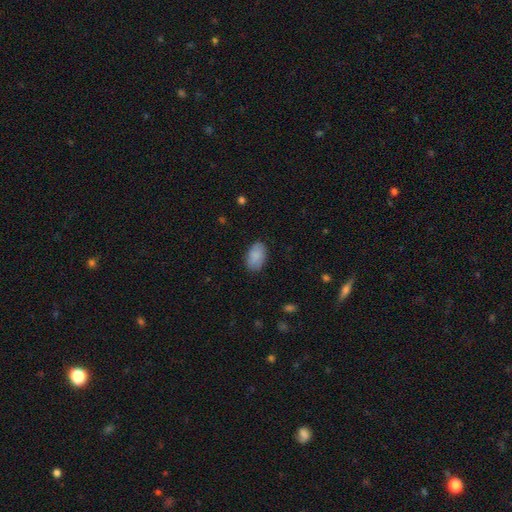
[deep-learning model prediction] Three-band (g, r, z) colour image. It shows a smooth galaxy with no disk features (88%) that is in between round and cigar-shaped (92%). Merging: none (83%).